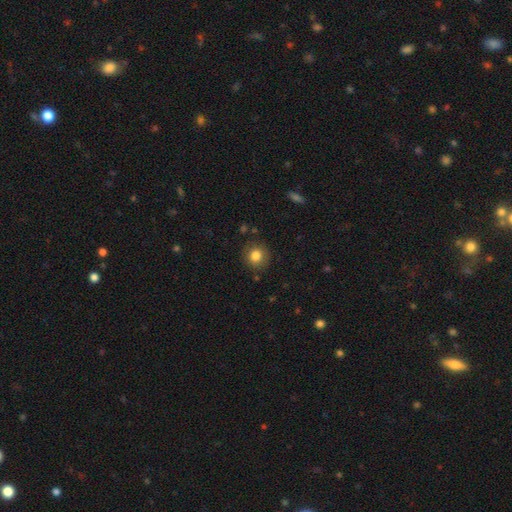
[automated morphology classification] A smooth galaxy with no disk features (82%) that is round (87%). Merging: none (86%).